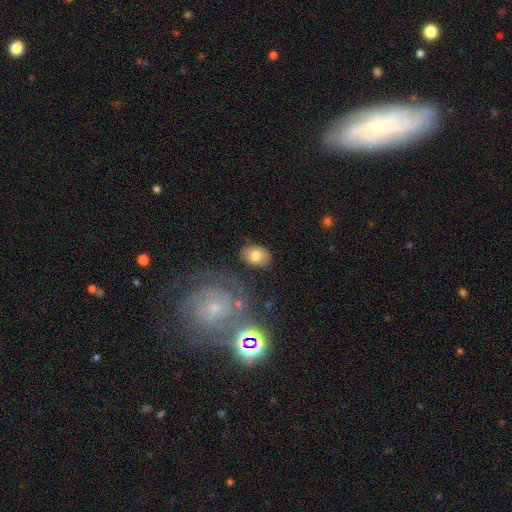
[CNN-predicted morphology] The model was most divided on "how rounded": in between: 74%, round: 24%, cigar-shaped: 1%. More confident: merging — none (80%); smooth or featured — smooth (75%).